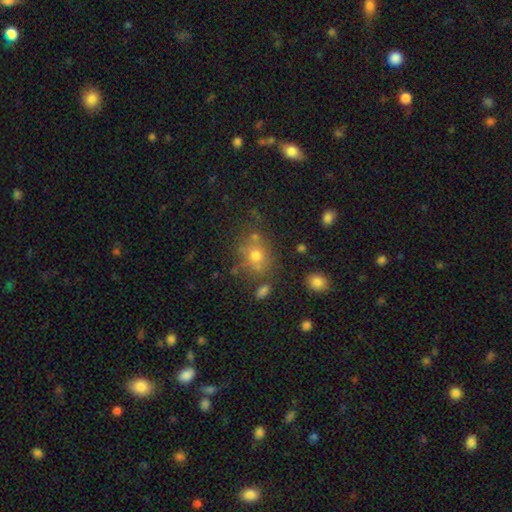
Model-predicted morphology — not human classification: type=smooth (70%); roundness=round (63%); merging=none (65%).